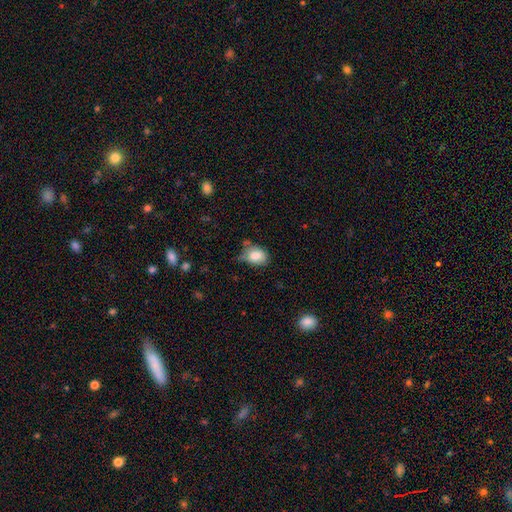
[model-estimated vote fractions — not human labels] Smooth or featured? Predicted: smooth (p=0.80). How rounded? Predicted: in between (p=0.62). Merging? Predicted: none (p=0.50).